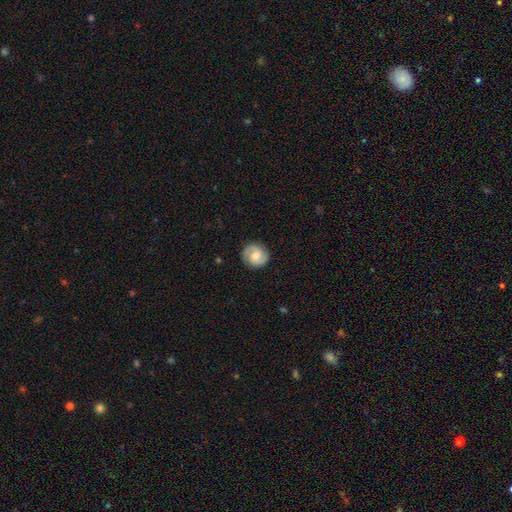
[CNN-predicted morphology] Overall: featured or disk (58%; smooth 36%). Edge-on disk: no (98%). Bar: no (51%; weak 40%). Spiral arms: yes (90%). Spiral arm count: 2 (88%). Spiral winding: medium (43%; tight 42%). Bulge size: moderate (68%). Merging: none (87%).